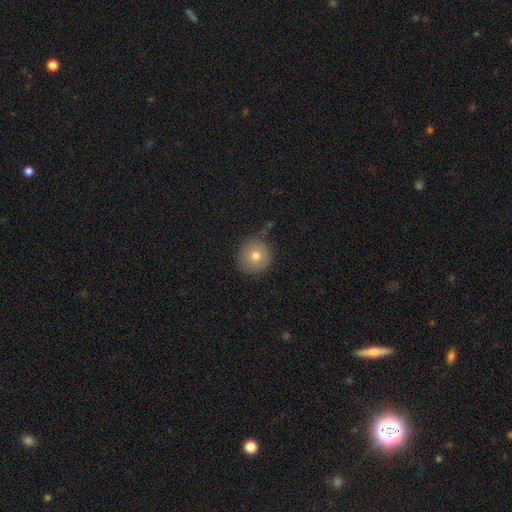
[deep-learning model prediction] This appears to be a smooth galaxy with no disk features (75%) that is round (94%). Merging: none (78%).